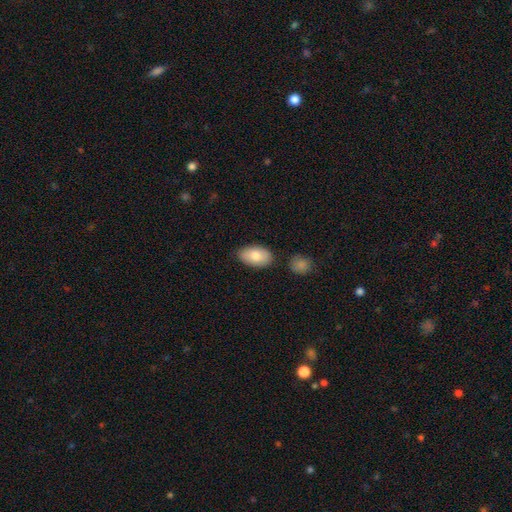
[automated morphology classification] A smooth galaxy with no disk features (80%) that is in between round and cigar-shaped (94%). Merging: none (80%).